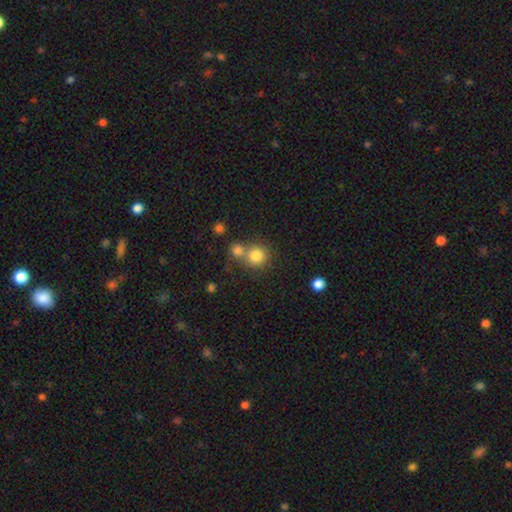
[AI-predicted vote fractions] Overall: smooth (80%). How rounded: round (89%). Merging: none (51%; merger 38%).